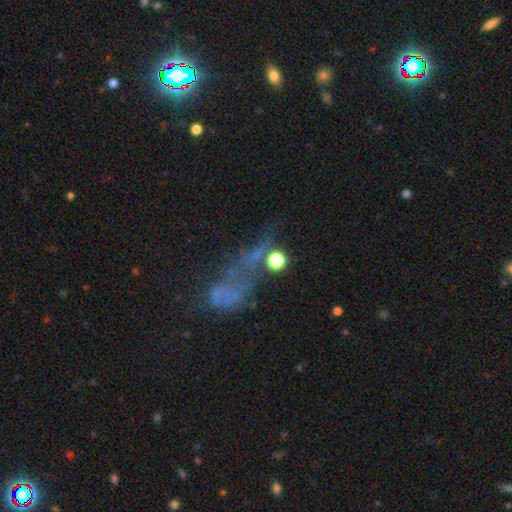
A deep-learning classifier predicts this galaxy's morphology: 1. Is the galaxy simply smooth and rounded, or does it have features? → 40% star or artifact, 32% smooth, 28% featured or disk.